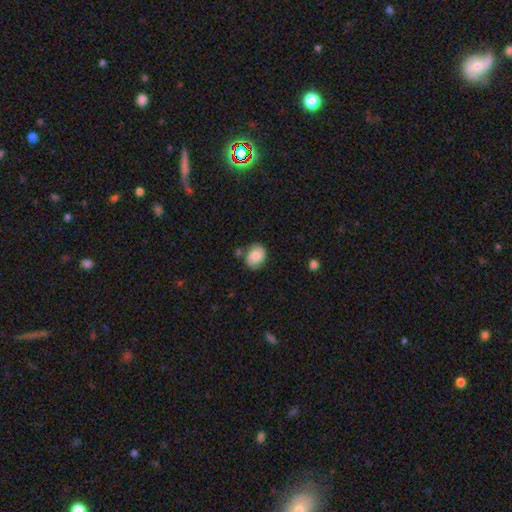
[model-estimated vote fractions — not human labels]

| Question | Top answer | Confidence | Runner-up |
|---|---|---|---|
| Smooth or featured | smooth | 63% | featured or disk (29%) |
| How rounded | in between | 51% | round (48%) |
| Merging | none | 71% | minor disturbance (18%) |